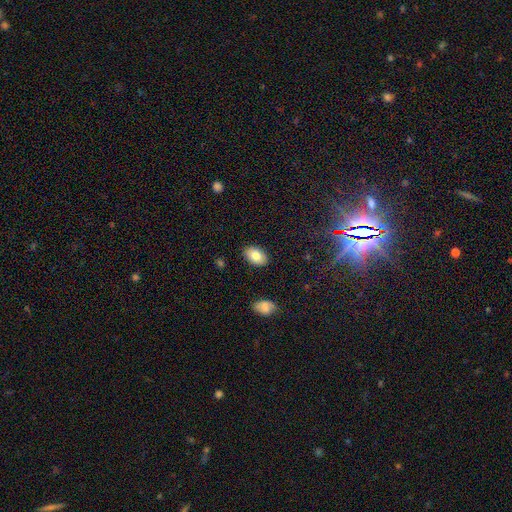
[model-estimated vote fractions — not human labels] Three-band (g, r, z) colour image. It shows a smooth galaxy with no disk features (80%) that is in between round and cigar-shaped (90%). Merging: none (87%).